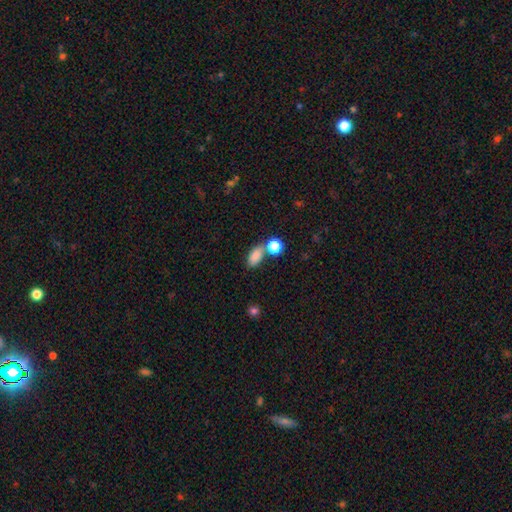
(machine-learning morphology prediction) smooth-or-featured: smooth: 84% | star or artifact: 10% | featured or disk: 6%
  how-rounded: in between: 85% | round: 10% | cigar-shaped: 5%
  merging: none: 53% | merger: 27% | minor disturbance: 14% | major disturbance: 6%